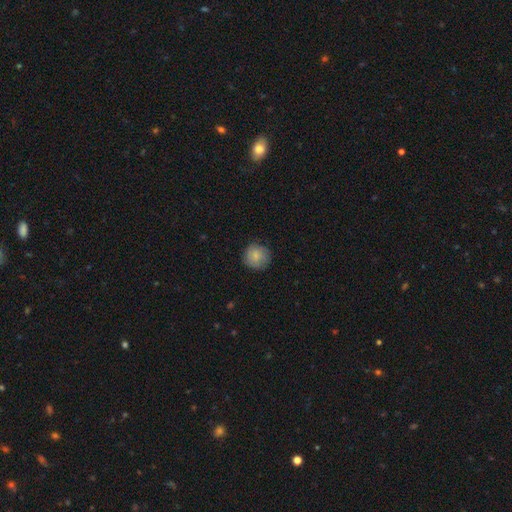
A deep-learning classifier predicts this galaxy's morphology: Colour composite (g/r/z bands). It shows a smooth galaxy with no disk features (84%) that is round (93%). Merging: none (83%).